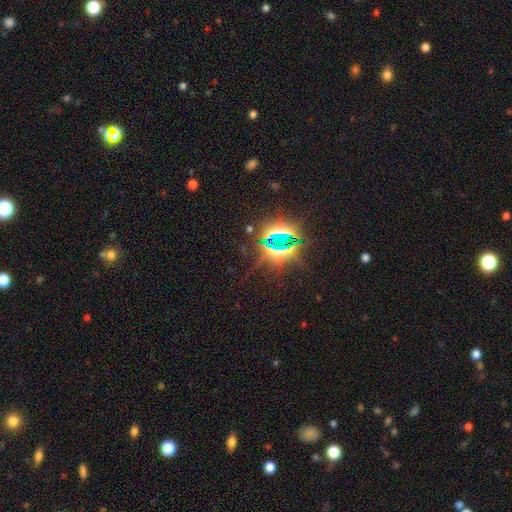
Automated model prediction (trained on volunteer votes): star or artifact 74%, smooth 17%, featured or disk 8%.